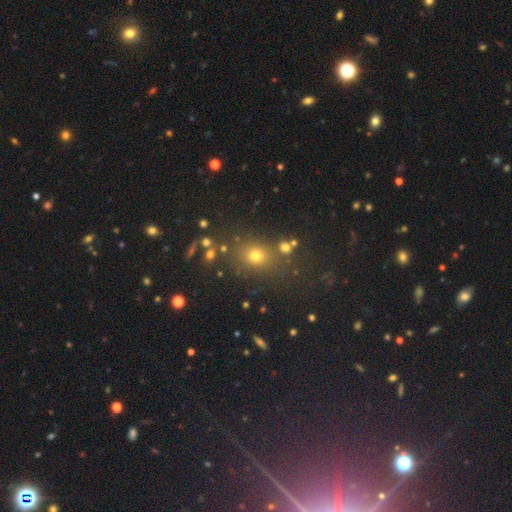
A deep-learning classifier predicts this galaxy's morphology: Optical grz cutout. It shows a smooth galaxy with no disk features (66%) that is round (67%). Merging: none (76%).